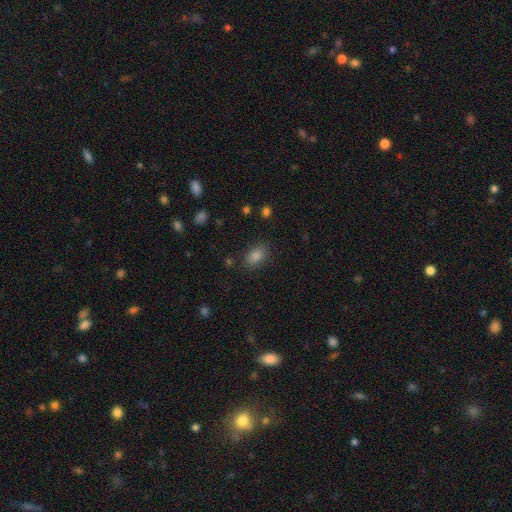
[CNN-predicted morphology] smooth-or-featured: smooth: 81% | star or artifact: 13% | featured or disk: 6%
  how-rounded: in between: 80% | round: 18% | cigar-shaped: 2%
  merging: none: 84% | minor disturbance: 11% | major disturbance: 3% | merger: 2%